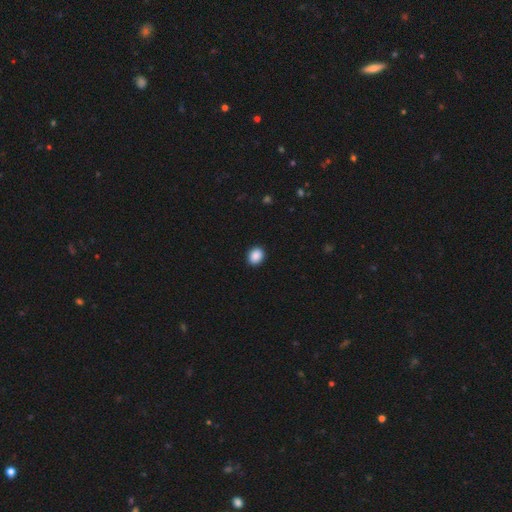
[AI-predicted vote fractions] Overall: smooth (90%). How rounded: round (53%; in between 46%). Merging: none (92%).